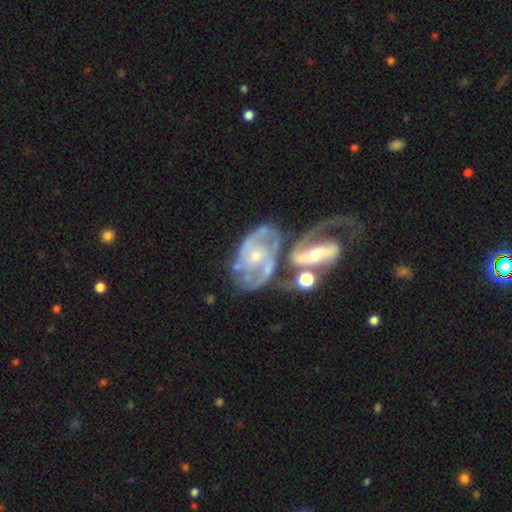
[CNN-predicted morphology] A featured or disk galaxy (85%) with no bar (52%), 2 (65%) medium (48%) spiral arms (91%) and a small central bulge (56%). Merging: merger (48%).